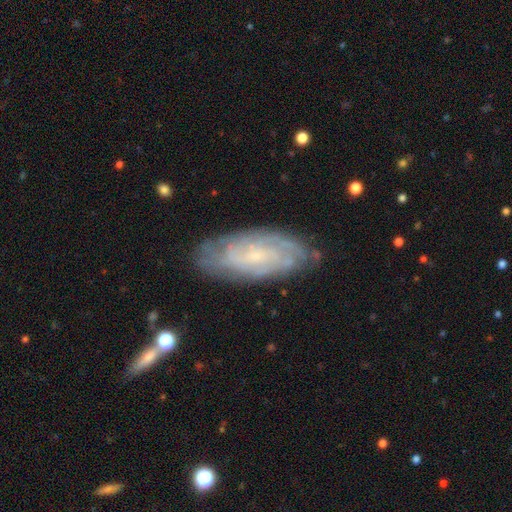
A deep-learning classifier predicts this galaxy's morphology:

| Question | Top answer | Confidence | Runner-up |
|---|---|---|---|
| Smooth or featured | featured or disk | 74% | smooth (19%) |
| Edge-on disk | no | 91% | yes (9%) |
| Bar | no | 62% | weak (32%) |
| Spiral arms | yes | 92% | no (8%) |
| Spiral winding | tight | 69% | medium (25%) |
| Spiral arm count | can't tell | 50% | 2 (15%) |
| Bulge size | small | 77% | moderate (14%) |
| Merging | none | 78% | minor disturbance (16%) |